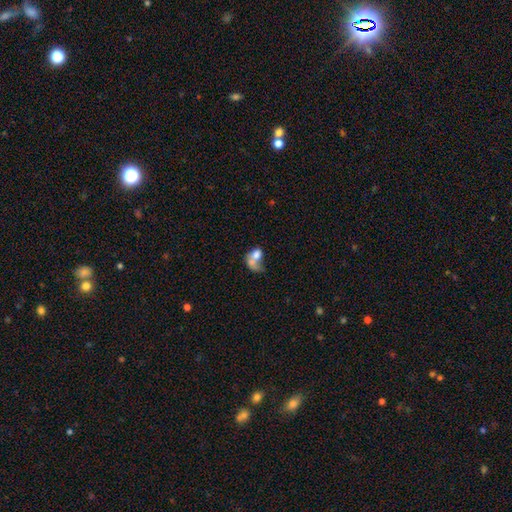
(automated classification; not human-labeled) Smooth or featured: smooth — 61% (featured or disk — 30%)
How rounded: in between — 61% (round — 37%)
Merging: merger — 57% (major disturbance — 21%)